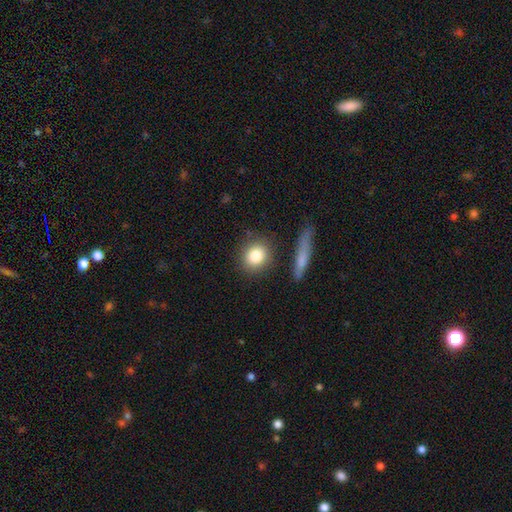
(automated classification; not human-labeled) A smooth galaxy with no disk features (82%) that is round (77%). Merging: none (83%).